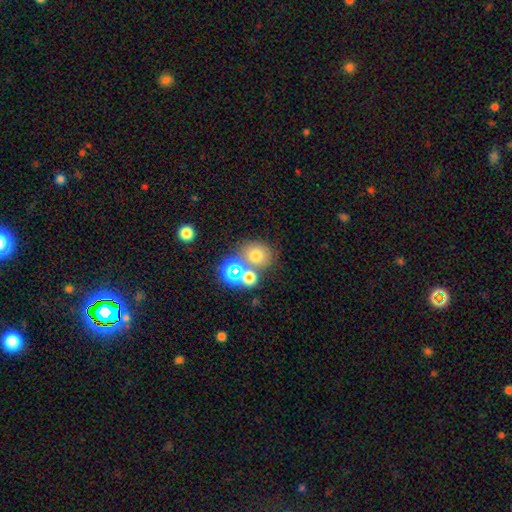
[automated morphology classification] Smooth or featured: smooth — 66% (star or artifact — 22%)
How rounded: round — 76% (in between — 23%)
Merging: none — 56% (merger — 30%)